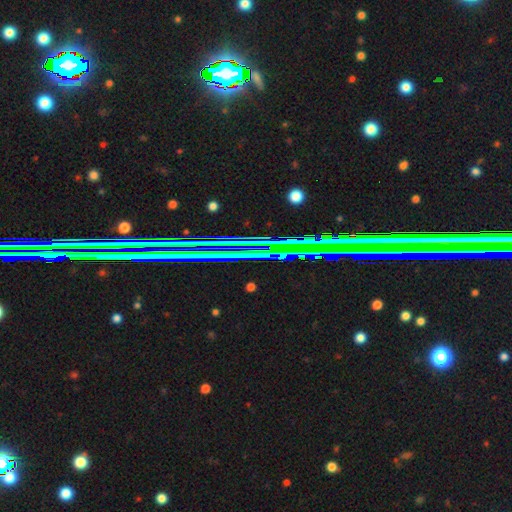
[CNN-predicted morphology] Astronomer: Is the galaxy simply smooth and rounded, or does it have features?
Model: star or artifact — 75%.